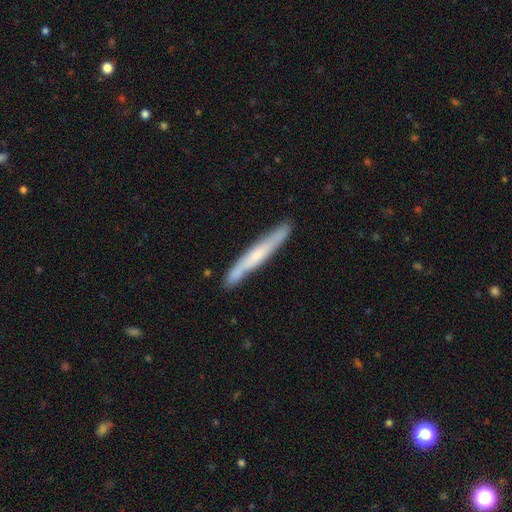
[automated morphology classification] A featured or disk galaxy (47%, tied with smooth). Merging: none (85%).